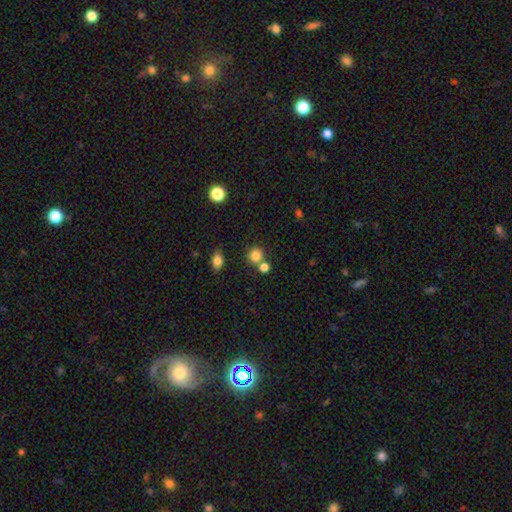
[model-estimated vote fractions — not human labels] Smooth or featured? Predicted: smooth (p=0.82). How rounded? Predicted: round (p=0.87). Merging? Predicted: none (p=0.64).